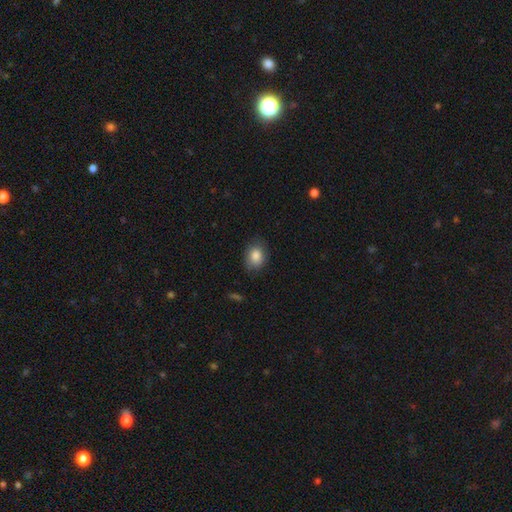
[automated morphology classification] A smooth galaxy with no disk features (85%) that is in between round and cigar-shaped (58%).

Vote fractions:
- Smooth or featured? smooth: 85% / star or artifact: 8% / featured or disk: 7%
- How rounded? in between: 58% / round: 41% / cigar-shaped: 1%
- Merging? none: 79% / minor disturbance: 17% / major disturbance: 3% / merger: 1%